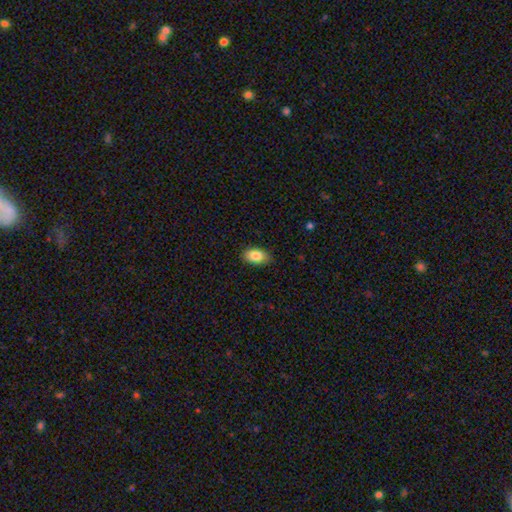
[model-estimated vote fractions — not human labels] The model was most divided on "merging": none: 84%, minor disturbance: 13%, major disturbance: 2%, merger: 1%. More confident: how rounded — in between (92%); smooth or featured — smooth (86%).